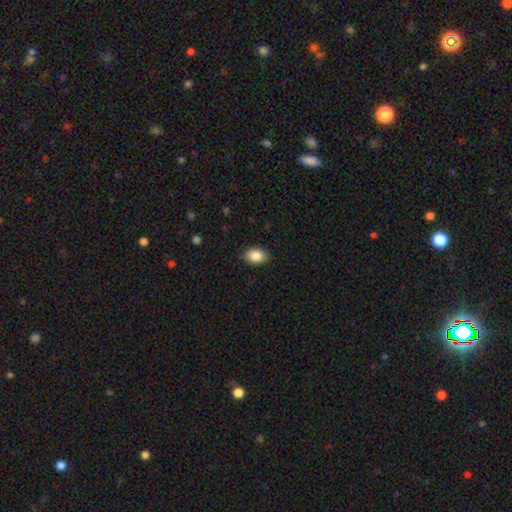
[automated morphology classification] Smooth or featured: smooth — 86% (star or artifact — 8%)
How rounded: in between — 80% (round — 19%)
Merging: none — 86% (minor disturbance — 11%)